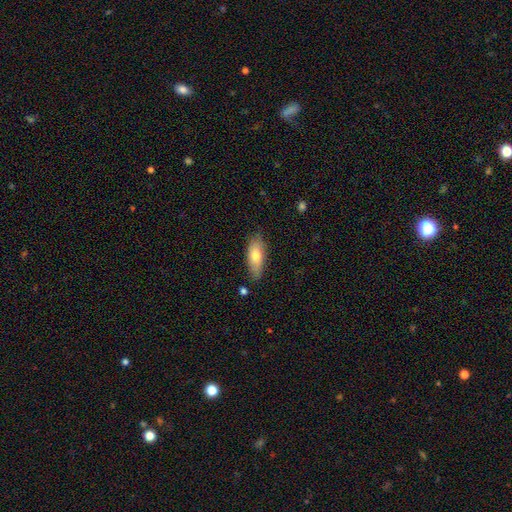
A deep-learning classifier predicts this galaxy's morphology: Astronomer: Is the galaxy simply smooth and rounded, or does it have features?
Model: smooth — 72%.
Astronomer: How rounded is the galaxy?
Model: in between — 73%.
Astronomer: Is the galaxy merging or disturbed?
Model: none — 76%.